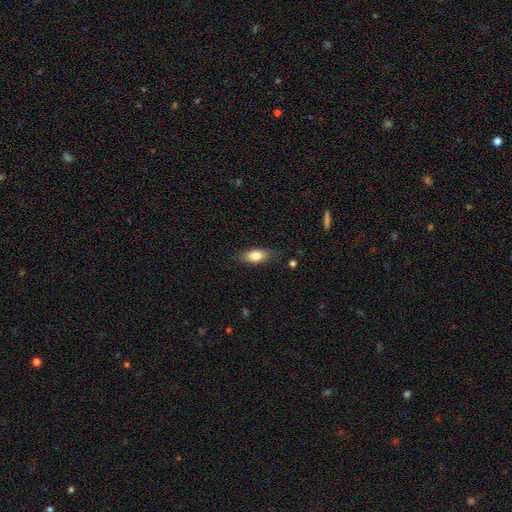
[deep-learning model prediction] Morphology: type=smooth (79%); roundness=in between (81%); merging=none (79%).